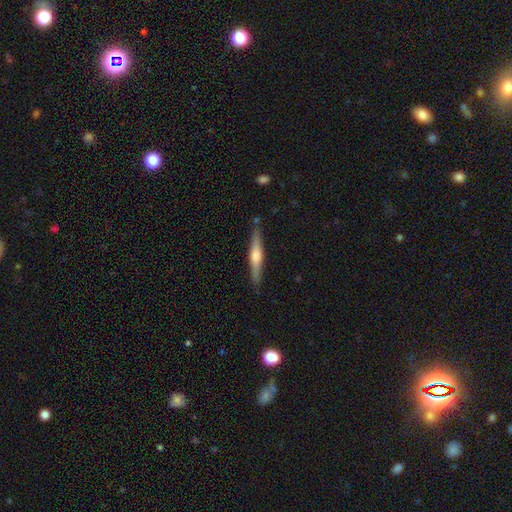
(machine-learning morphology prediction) This appears to be a featured or disk galaxy (61%) viewed edge-on (97%) with a rounded central bulge (84%). Merging: none (86%).